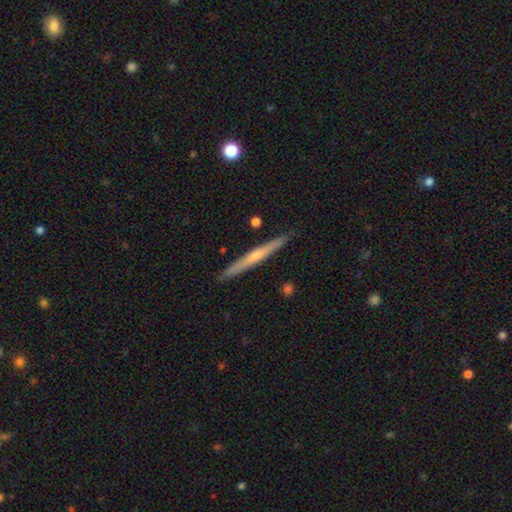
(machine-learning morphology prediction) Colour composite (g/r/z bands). It shows a featured or disk galaxy (60%) viewed edge-on (97%) with a rounded central bulge (54%). Merging: none (90%).